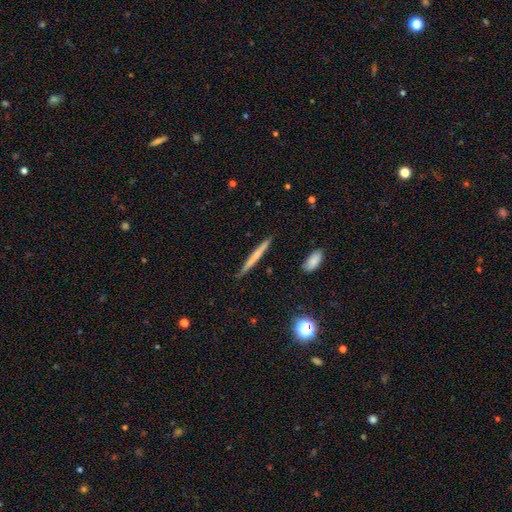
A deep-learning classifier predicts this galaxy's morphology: smooth 53%, featured or disk 40%, star or artifact 7%. Down the decision tree: how rounded — cigar-shaped (96%); merging — none (89%).